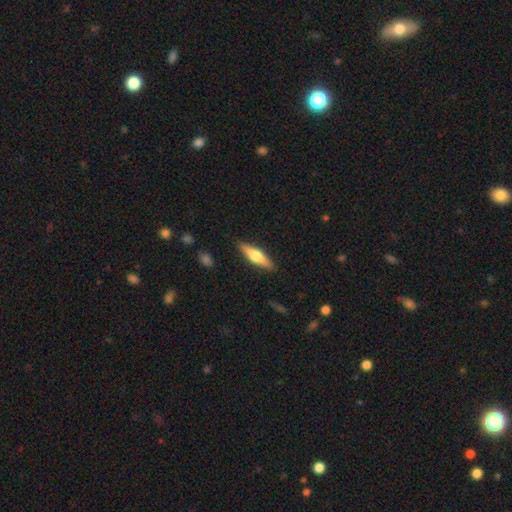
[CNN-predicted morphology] This is possibly a featured or disk galaxy (51%). It is clearly viewed edge-on (94%). Merging: clearly none (89%).